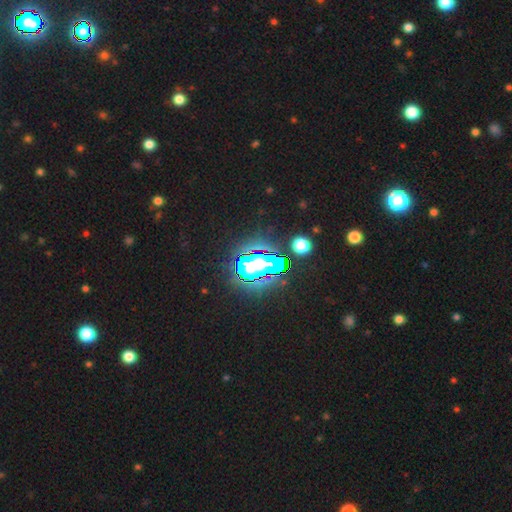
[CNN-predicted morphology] type=star or artifact (71%).